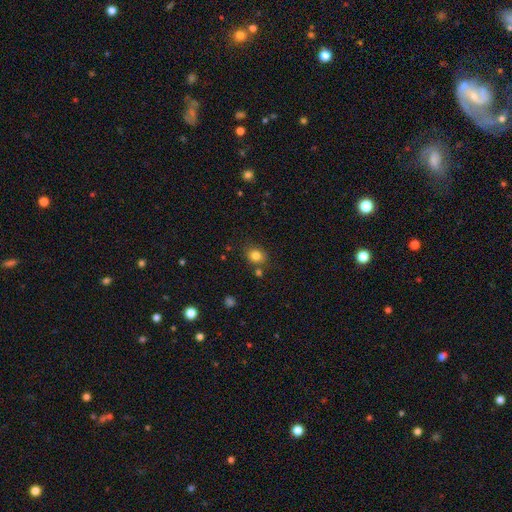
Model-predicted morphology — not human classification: A smooth galaxy with no disk features (82%) that is round (62%). Merging: none (77%).